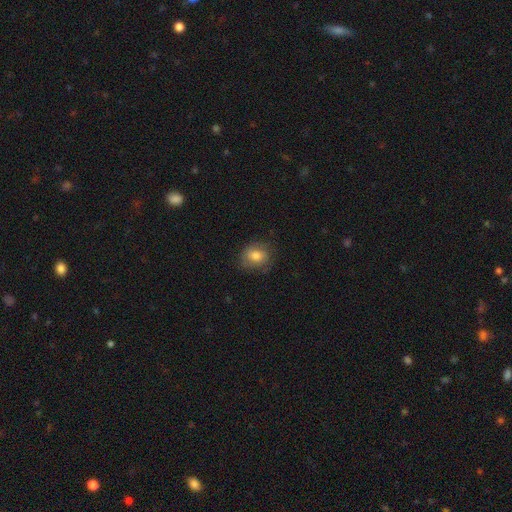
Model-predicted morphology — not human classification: smooth_or_featured: smooth (p=0.76) [alt: featured or disk p=0.15]
how_rounded: round (p=0.62) [alt: in between p=0.37]
merging: none (p=0.72) [alt: minor disturbance p=0.20]